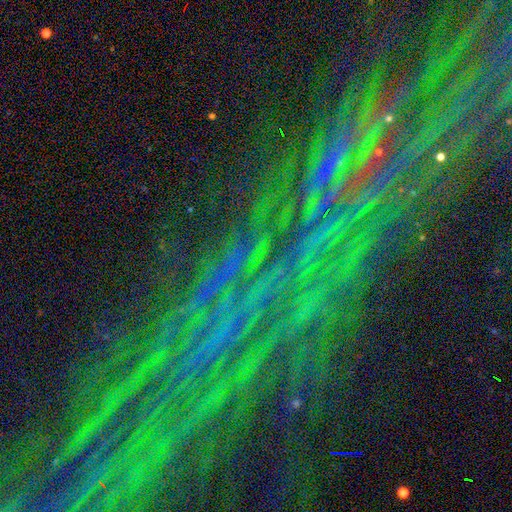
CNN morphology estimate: Smooth or featured? Predicted: star or artifact (p=0.84).